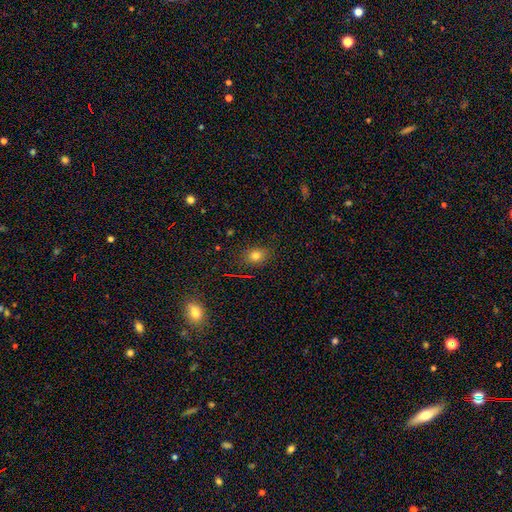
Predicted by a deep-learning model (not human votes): Overall: smooth (76%). How rounded: in between (56%; round 42%). Merging: none (83%).